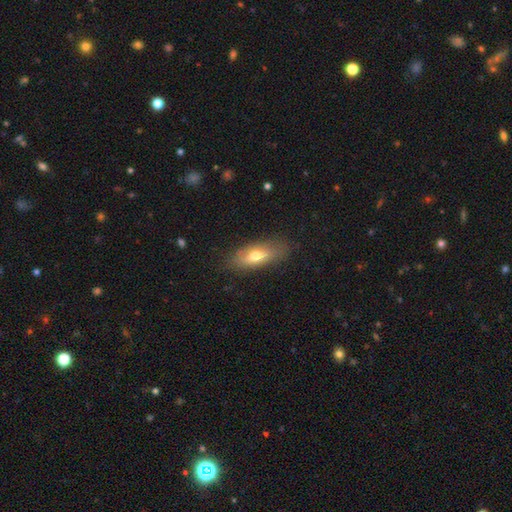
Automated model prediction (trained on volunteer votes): Smooth or featured? Predicted: smooth (p=0.64). How rounded? Predicted: in between (p=0.67). Merging? Predicted: none (p=0.78).